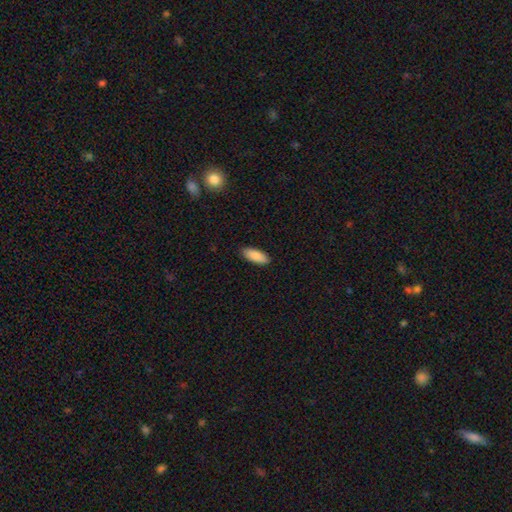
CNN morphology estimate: This is clearly a smooth galaxy (89%). How rounded: likely in between (77%). Merging: clearly none (90%).